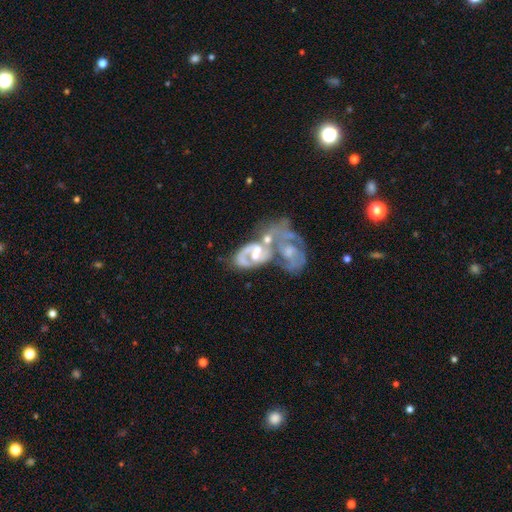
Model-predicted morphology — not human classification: The model was most divided on "bulge size": moderate: 49%, small: 27%, none: 13%, large: 8%, dominant: 2%. More confident: edge-on disk — no (96%); smooth or featured — featured or disk (74%); merging — merger (69%); spiral arms — yes (65%); bar — no (63%).